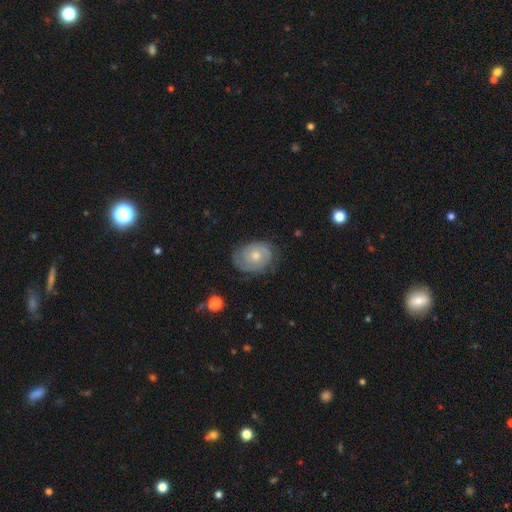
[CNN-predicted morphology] type=featured or disk (68%); edge-on=no (97%); bar=no (80%); spiral arms=yes (87%); winding=tight (66%); arm count=2 (51%); bulge=moderate (60%); merging=none (70%).